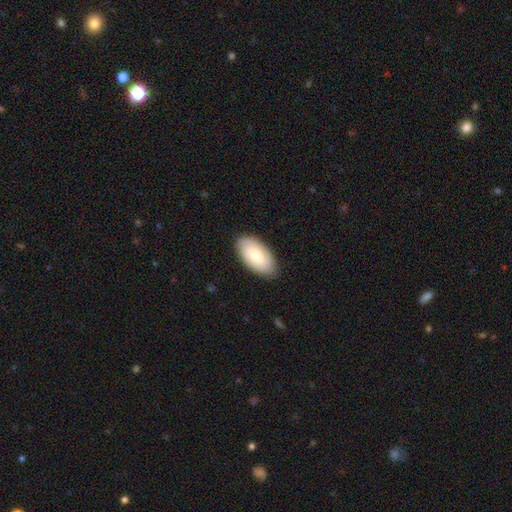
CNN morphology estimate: Smooth or featured? Predicted: smooth (p=0.70). How rounded? Predicted: in between (p=0.95). Merging? Predicted: none (p=0.85).